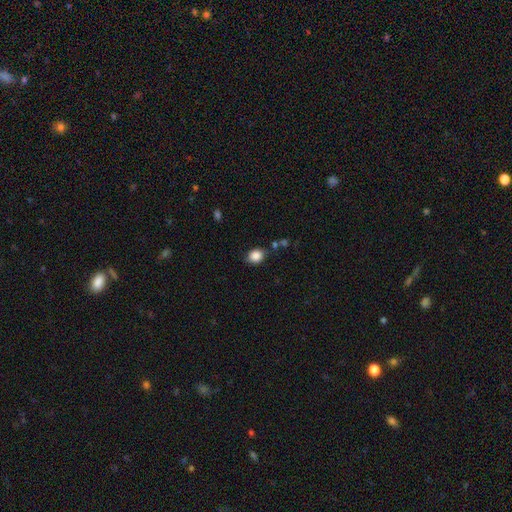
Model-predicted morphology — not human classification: Smooth or featured? smooth (86%)
How rounded? in between (50%)
Merging? none (79%)